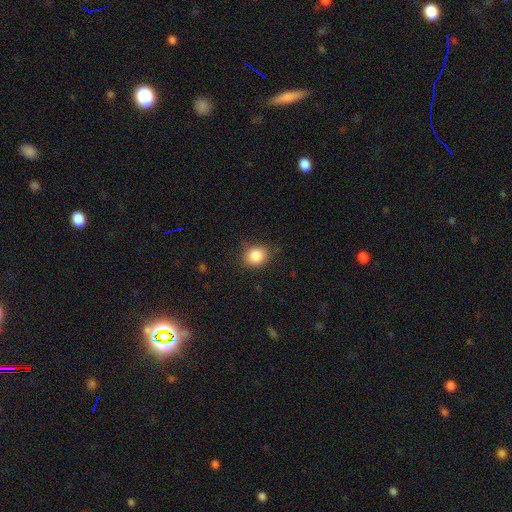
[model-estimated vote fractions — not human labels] smooth_or_featured: smooth (p=0.85) [alt: star or artifact p=0.10]
how_rounded: round (p=0.72) [alt: in between p=0.28]
merging: none (p=0.77) [alt: minor disturbance p=0.18]